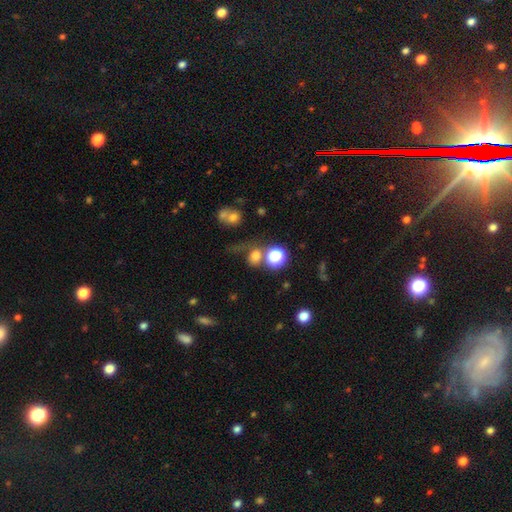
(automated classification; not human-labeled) Smooth or featured? Predicted: smooth (p=0.65). How rounded? Predicted: round (p=0.71). Merging? Predicted: none (p=0.48).